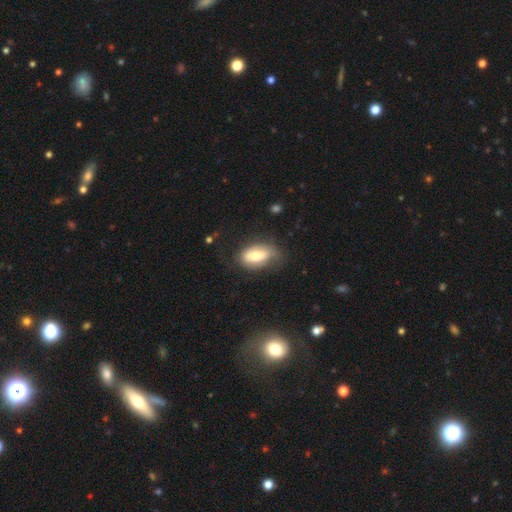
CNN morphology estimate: Smooth or featured: smooth — 69% (featured or disk — 24%)
How rounded: in between — 91% (round — 6%)
Merging: none — 59% (minor disturbance — 26%)